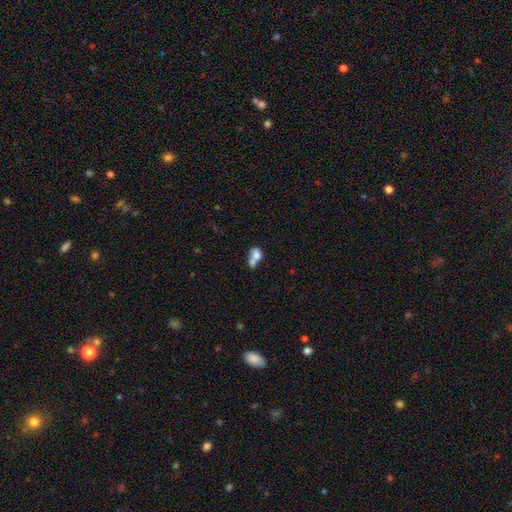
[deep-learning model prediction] A smooth galaxy with no disk features (74%) that is in between round and cigar-shaped (61%).

Vote fractions:
- Smooth or featured? smooth: 74% / featured or disk: 17% / star or artifact: 9%
- How rounded? in between: 61% / round: 38% / cigar-shaped: 2%
- Merging? merger: 72% / none: 17% / minor disturbance: 7% / major disturbance: 5%